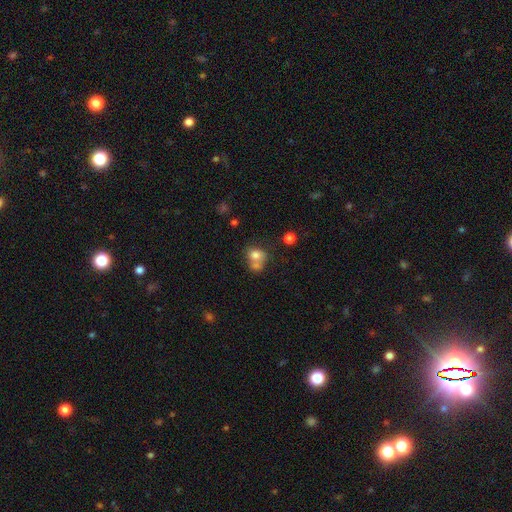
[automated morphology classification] Q: Smooth or featured?
A: smooth (73%); runner-up: featured or disk (15%)
Q: How rounded?
A: round (56%); runner-up: in between (43%)
Q: Merging?
A: merger (50%); runner-up: none (30%)